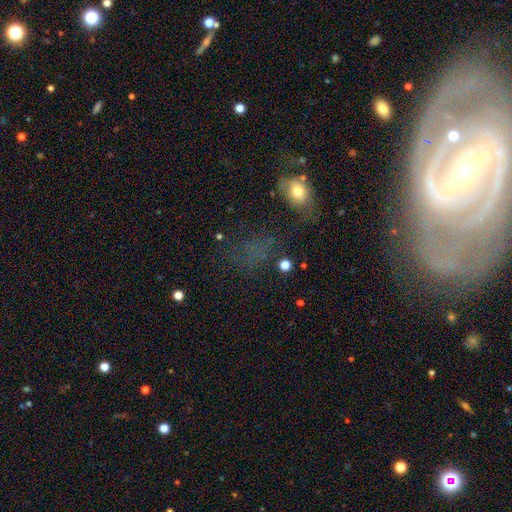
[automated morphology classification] Smooth or featured? Predicted: featured or disk (p=0.55). Edge-on disk? Predicted: no (p=0.87). Merging? Predicted: none (p=0.58).